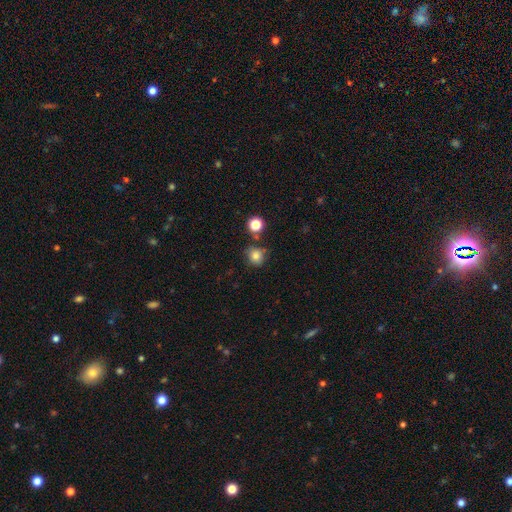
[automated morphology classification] Smooth or featured? Predicted: smooth (p=0.80). How rounded? Predicted: round (p=0.86). Merging? Predicted: none (p=0.74).